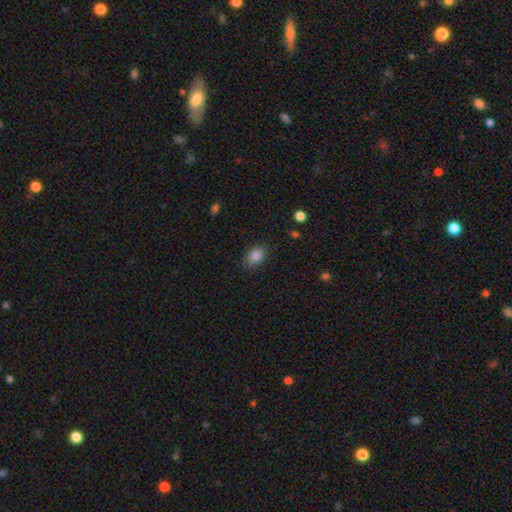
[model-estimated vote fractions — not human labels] A smooth galaxy with no disk features (86%) that is in between round and cigar-shaped (71%).

Vote fractions:
- Smooth or featured? smooth: 86% / star or artifact: 9% / featured or disk: 4%
- How rounded? in between: 71% / round: 28% / cigar-shaped: 1%
- Merging? none: 81% / minor disturbance: 14% / major disturbance: 4% / merger: 1%